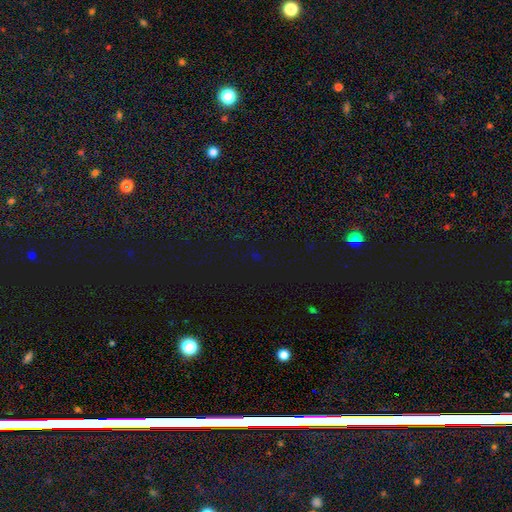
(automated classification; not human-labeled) smooth-or-featured: star or artifact: 75% | smooth: 18% | featured or disk: 8%